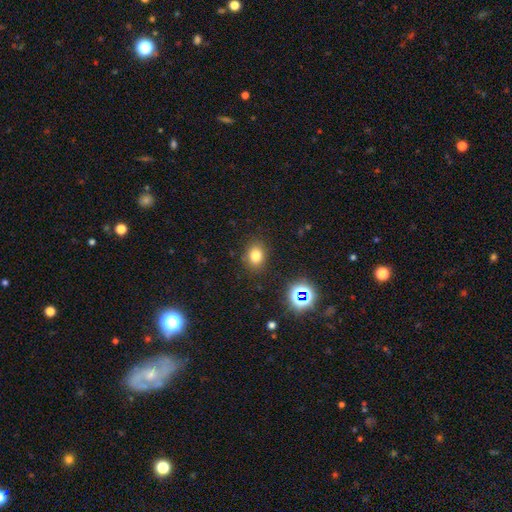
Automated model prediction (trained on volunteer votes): Overall: smooth (76%). How rounded: in between (52%; round 47%). Merging: none (86%).